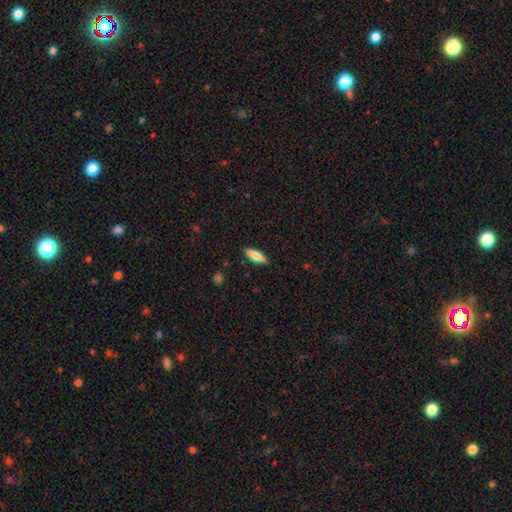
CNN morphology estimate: This appears to be a smooth galaxy with no disk features (78%) that is cigar-shaped (52%). Merging: none (89%).